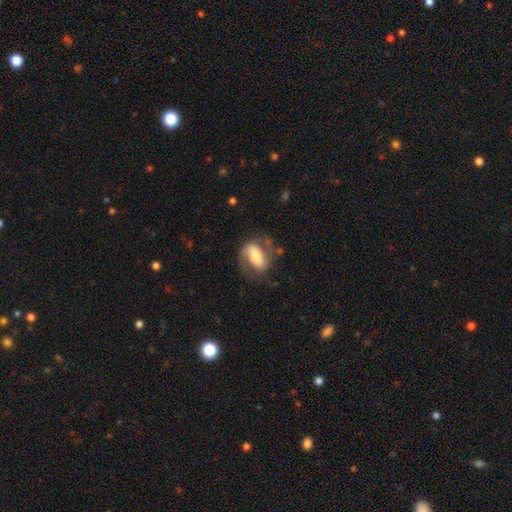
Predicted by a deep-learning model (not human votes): smooth_or_featured: featured or disk (p=0.62) [alt: smooth p=0.32]
disk_edge_on: no (p=0.93) [alt: yes p=0.07]
bar: strong (p=0.46) [alt: weak p=0.30]
has_spiral_arms: yes (p=0.80) [alt: no p=0.20]
bulge_size: moderate (p=0.57) [alt: large p=0.19]
merging: none (p=0.66) [alt: minor disturbance p=0.20]